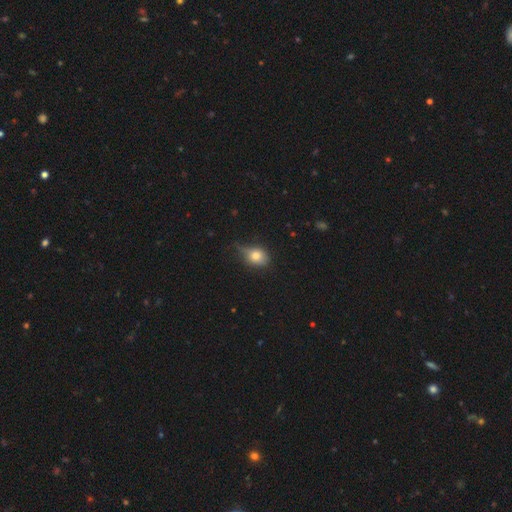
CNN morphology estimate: A smooth galaxy with no disk features (76%) that is in between round and cigar-shaped (57%). Merging: none (44%).